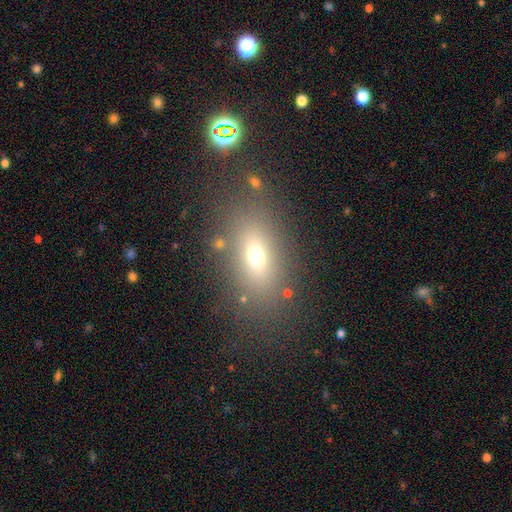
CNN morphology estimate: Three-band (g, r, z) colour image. It shows a smooth galaxy with no disk features (64%) that is in between round and cigar-shaped (78%). Merging: none (78%).